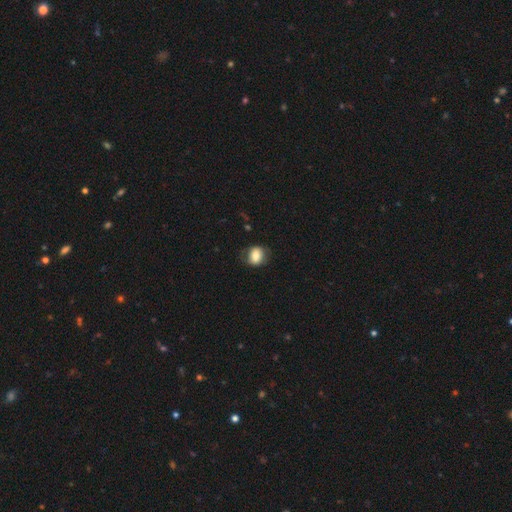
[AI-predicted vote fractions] This appears to be a smooth galaxy with no disk features (75%) that is in between round and cigar-shaped (55%). Merging: none (70%).